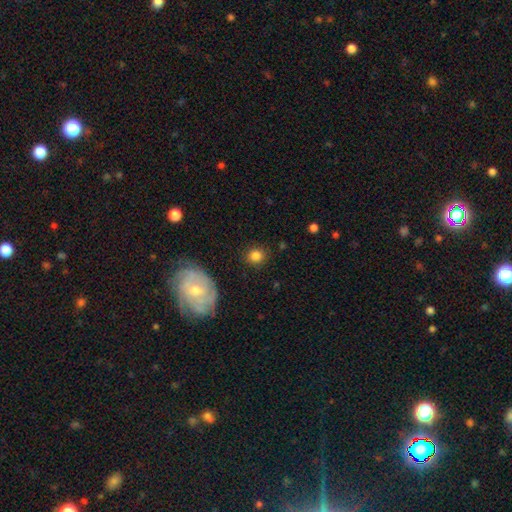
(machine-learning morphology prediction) smooth-or-featured: smooth: 82% | star or artifact: 9% | featured or disk: 9%
  how-rounded: round: 80% | in between: 18% | cigar-shaped: 1%
  merging: none: 86% | minor disturbance: 9% | major disturbance: 3% | merger: 2%